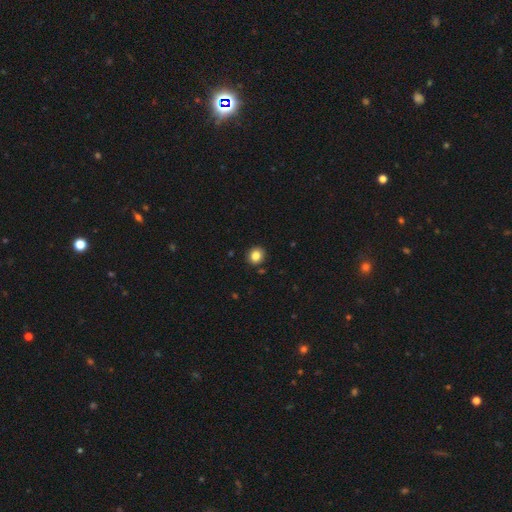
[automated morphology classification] smooth 85%, star or artifact 11%, featured or disk 5%. Down the decision tree: how rounded — round (87%); merging — none (90%).